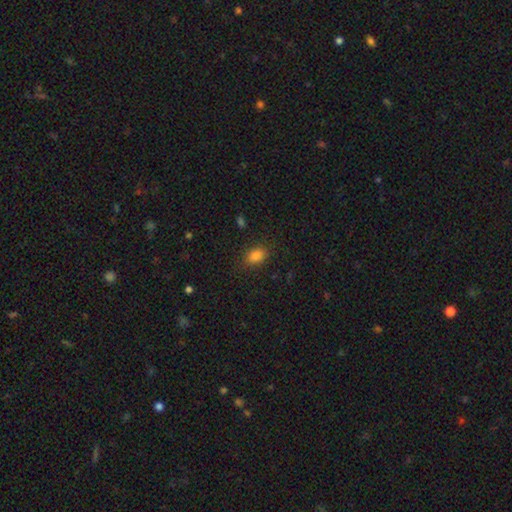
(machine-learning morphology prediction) A smooth galaxy with no disk features (84%) that is in between round and cigar-shaped (83%). Merging: none (83%).